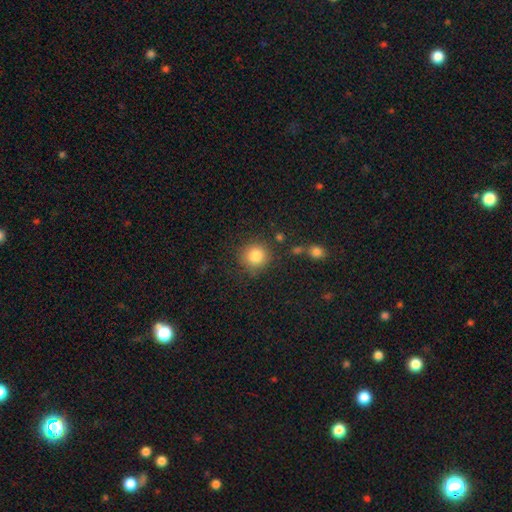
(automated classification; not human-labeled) This appears to be a smooth galaxy with no disk features (84%) that is round (91%). Merging: none (82%).